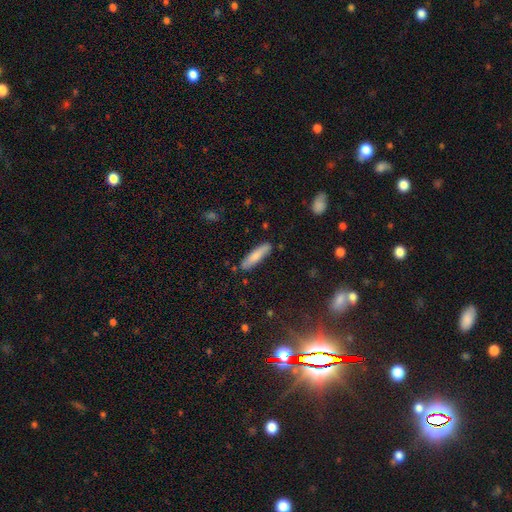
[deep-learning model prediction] smooth 80%, featured or disk 14%, star or artifact 6%. Down the decision tree: how rounded — cigar-shaped (77%); merging — none (84%).